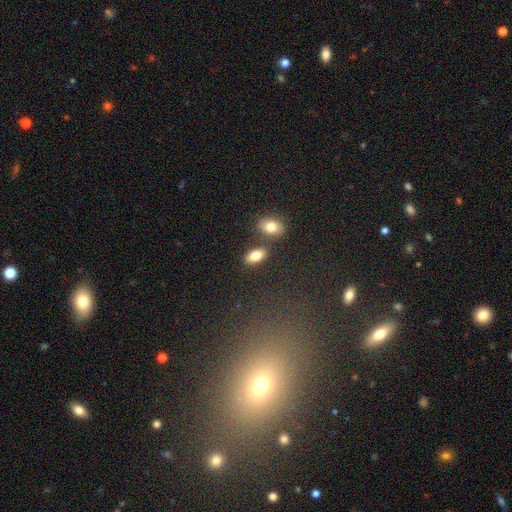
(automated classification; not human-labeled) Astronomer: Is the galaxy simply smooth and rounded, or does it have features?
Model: smooth — 81%.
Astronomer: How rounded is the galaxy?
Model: in between — 91%.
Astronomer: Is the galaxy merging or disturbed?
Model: none — 73%.